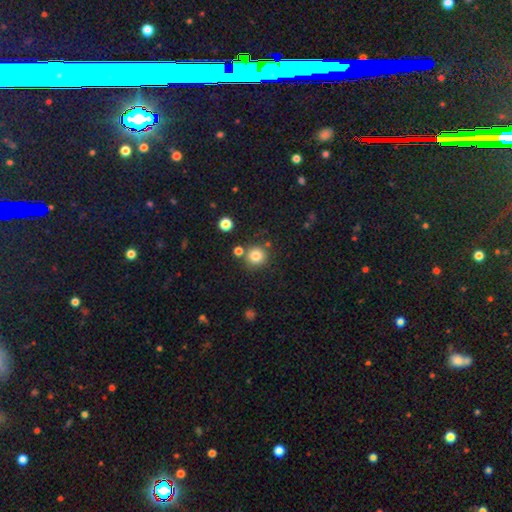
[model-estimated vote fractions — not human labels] This appears to be a smooth galaxy with no disk features (81%) that is round (93%). Merging: none (79%).